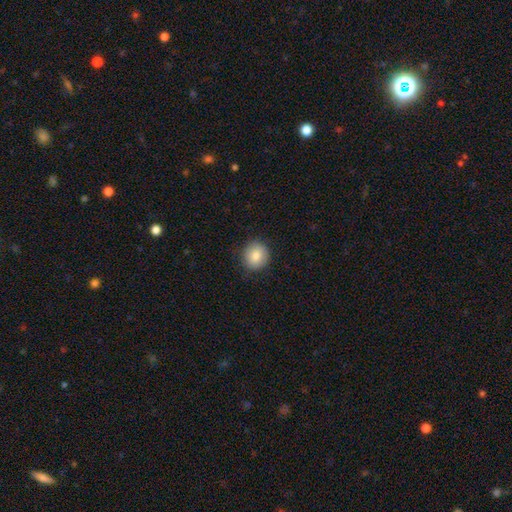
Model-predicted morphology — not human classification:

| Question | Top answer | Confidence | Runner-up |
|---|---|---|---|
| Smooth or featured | smooth | 83% | featured or disk (8%) |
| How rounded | round | 87% | in between (12%) |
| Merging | none | 87% | minor disturbance (10%) |